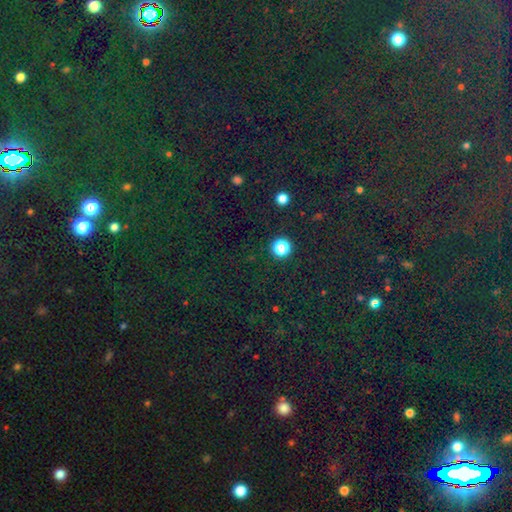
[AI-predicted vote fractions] A star or artifact, not a galaxy (76%).

Vote fractions:
- Smooth or featured? star or artifact: 76% / smooth: 16% / featured or disk: 8%